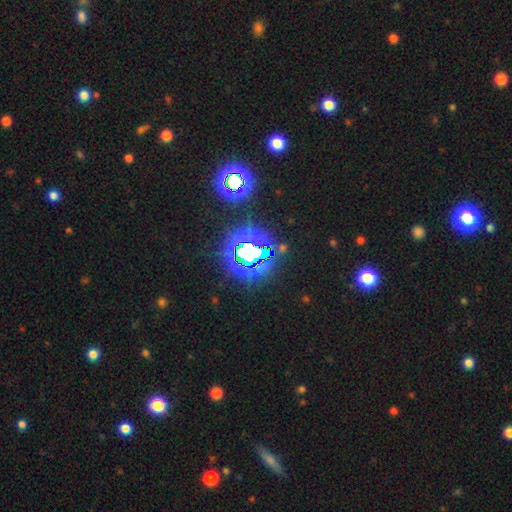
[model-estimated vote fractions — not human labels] This is likely a star or artifact rather than a galaxy (80%).